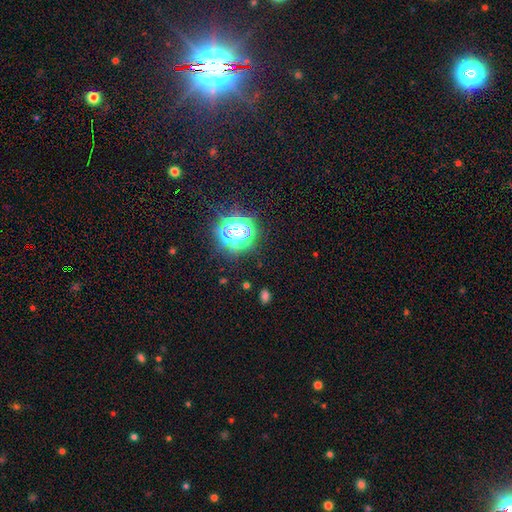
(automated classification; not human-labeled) A star or artifact, not a galaxy (80%).